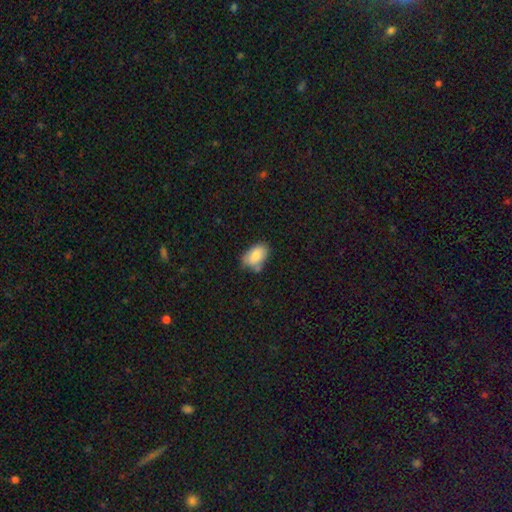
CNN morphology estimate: smooth_or_featured: smooth (p=0.83) [alt: featured or disk p=0.10]
how_rounded: in between (p=0.91) [alt: round p=0.08]
merging: none (p=0.61) [alt: minor disturbance p=0.26]